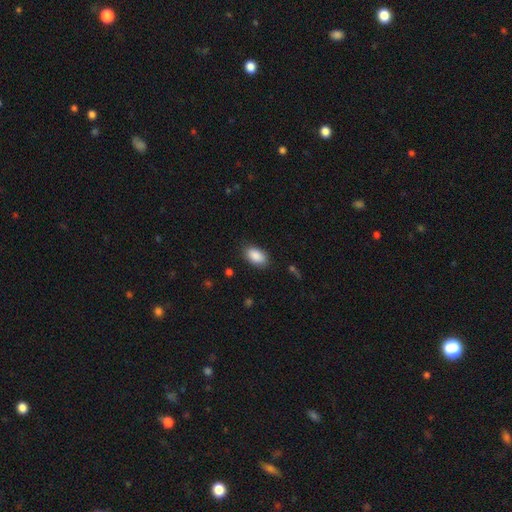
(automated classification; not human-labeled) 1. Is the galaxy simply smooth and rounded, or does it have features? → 89% smooth, 7% star or artifact, 4% featured or disk.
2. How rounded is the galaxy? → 93% in between, 5% round, 2% cigar-shaped.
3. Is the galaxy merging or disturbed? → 85% none, 11% minor disturbance, 3% major disturbance, 1% merger.